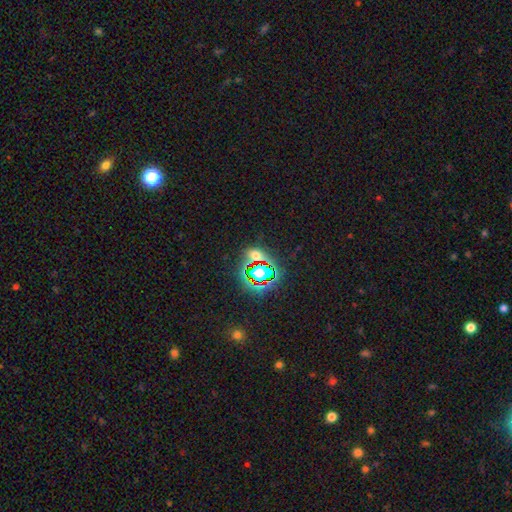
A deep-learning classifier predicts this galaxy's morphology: Smooth or featured? Predicted: star or artifact (p=0.58).